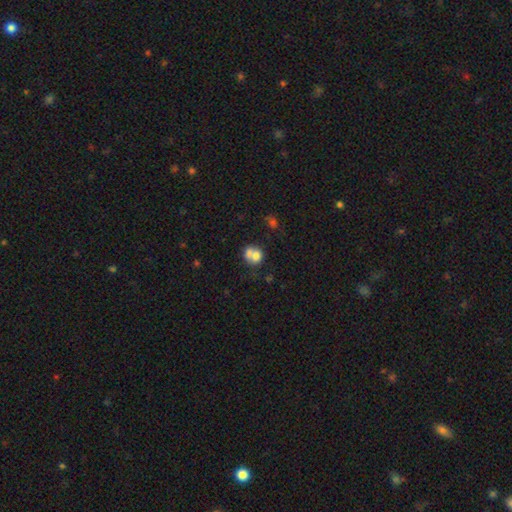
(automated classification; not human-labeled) Smooth or featured? Predicted: smooth (p=0.69). How rounded? Predicted: round (p=0.67). Merging? Predicted: merger (p=0.59).